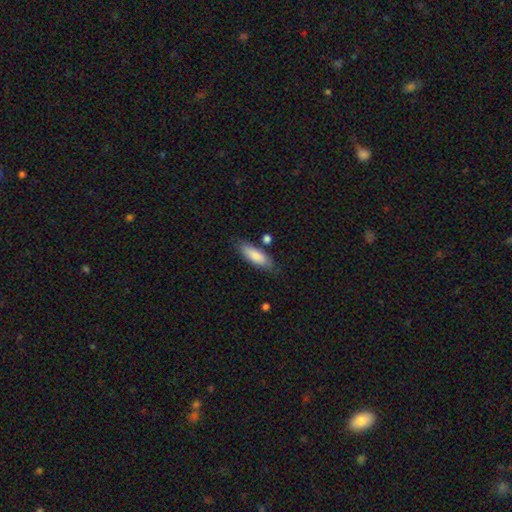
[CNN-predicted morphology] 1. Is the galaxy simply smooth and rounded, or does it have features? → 84% smooth, 11% featured or disk, 6% star or artifact.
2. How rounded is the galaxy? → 53% in between, 45% cigar-shaped, 2% round.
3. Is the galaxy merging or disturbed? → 78% none, 14% minor disturbance, 5% merger, 3% major disturbance.